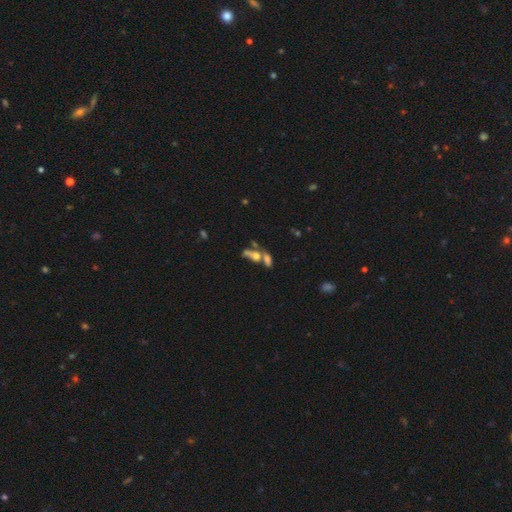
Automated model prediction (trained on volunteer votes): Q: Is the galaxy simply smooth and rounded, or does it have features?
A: smooth — 45%.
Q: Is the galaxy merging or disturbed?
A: merger — 53%.